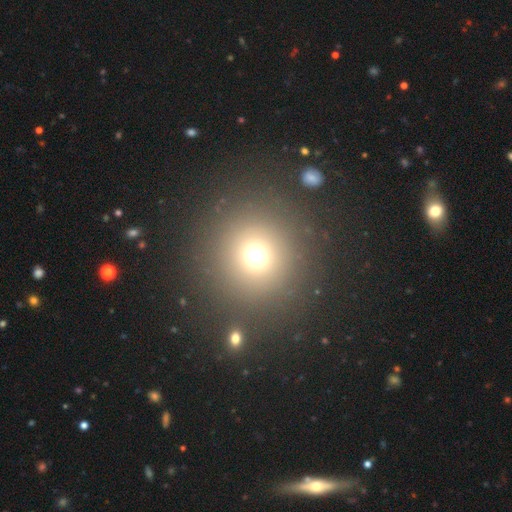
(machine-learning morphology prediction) Smooth or featured? Predicted: smooth (p=0.70). How rounded? Predicted: round (p=0.95). Merging? Predicted: none (p=0.85).